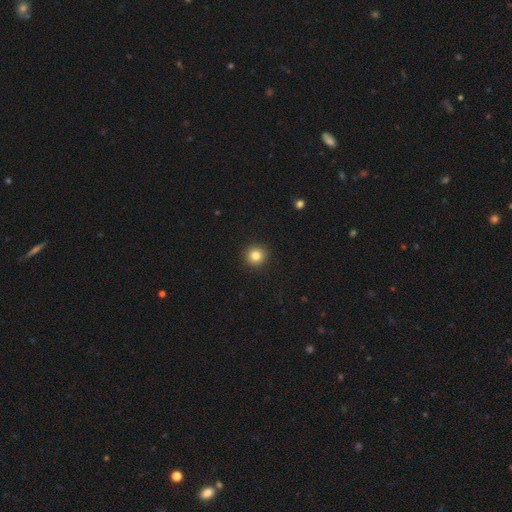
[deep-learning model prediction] Overall: smooth (83%). How rounded: round (94%). Merging: none (93%).